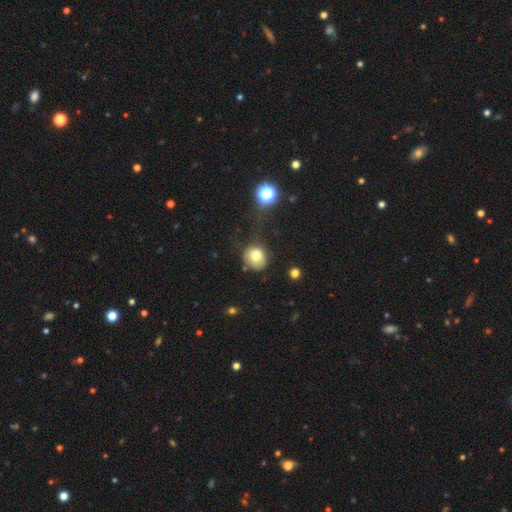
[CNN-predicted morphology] Overall: smooth (75%). How rounded: round (79%). Merging: none (57%; minor disturbance 26%).